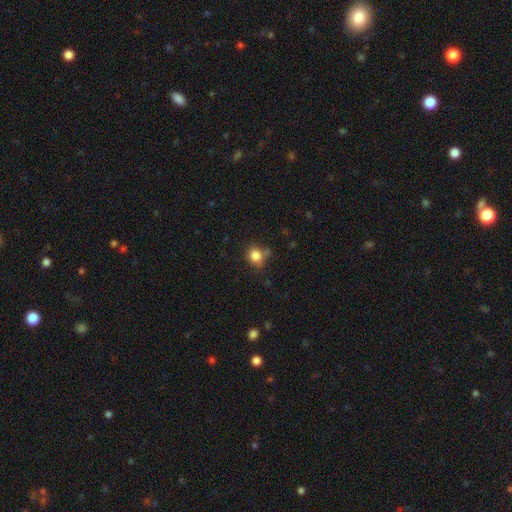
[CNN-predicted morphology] smooth_or_featured: smooth (p=0.83) [alt: star or artifact p=0.11]
how_rounded: round (p=0.72) [alt: in between p=0.27]
merging: none (p=0.66) [alt: minor disturbance p=0.21]